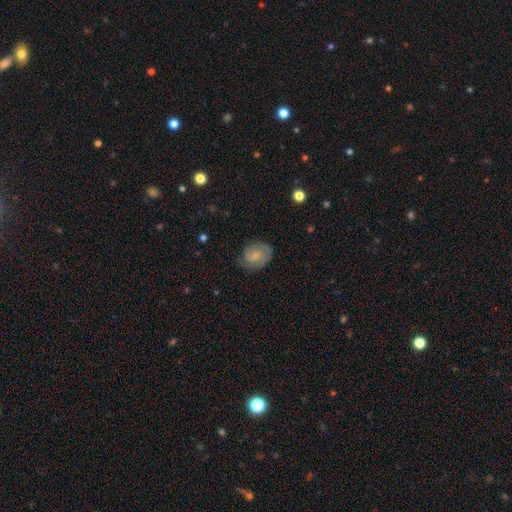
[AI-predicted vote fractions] featured or disk 48%, smooth 44%, star or artifact 8%. Down the decision tree: merging — none (70%).